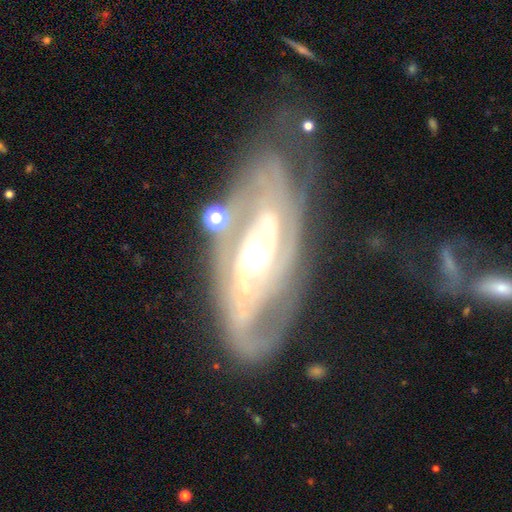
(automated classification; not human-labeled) smooth_or_featured: featured or disk (p=0.88) [alt: smooth p=0.07]
disk_edge_on: no (p=0.92) [alt: yes p=0.08]
bar: no (p=0.37) [alt: weak p=0.35]
has_spiral_arms: yes (p=0.94) [alt: no p=0.06]
spiral_winding: tight (p=0.50) [alt: medium p=0.38]
spiral_arm_count: 2 (p=0.57) [alt: can't tell p=0.20]
bulge_size: moderate (p=0.66) [alt: small p=0.18]
merging: none (p=0.62) [alt: minor disturbance p=0.21]